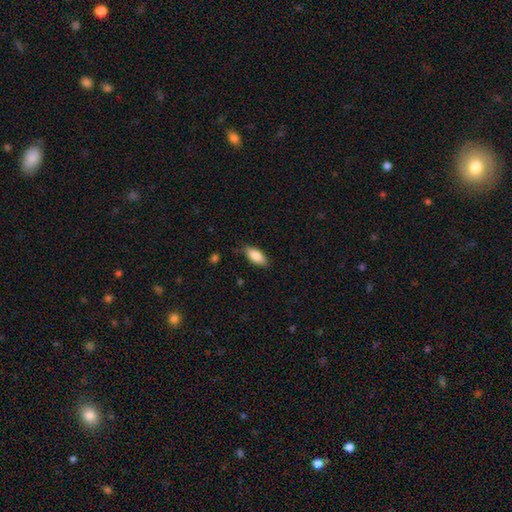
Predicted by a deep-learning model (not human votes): The model was most divided on "merging": none: 82%, minor disturbance: 14%, major disturbance: 3%, merger: 1%. More confident: smooth or featured — smooth (85%); how rounded — in between (84%).